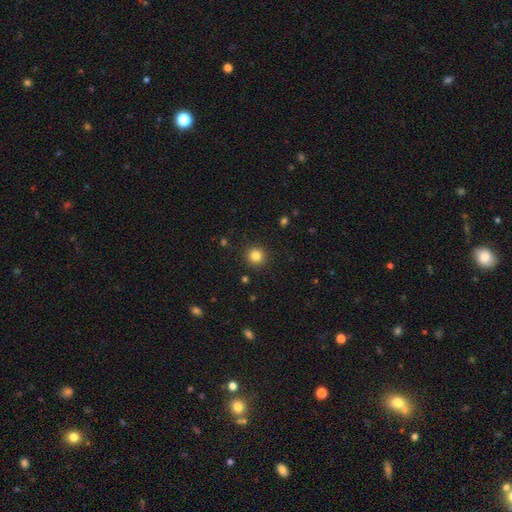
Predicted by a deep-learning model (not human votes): This is clearly a smooth galaxy (82%). How rounded: clearly round (94%). Merging: clearly none (91%).